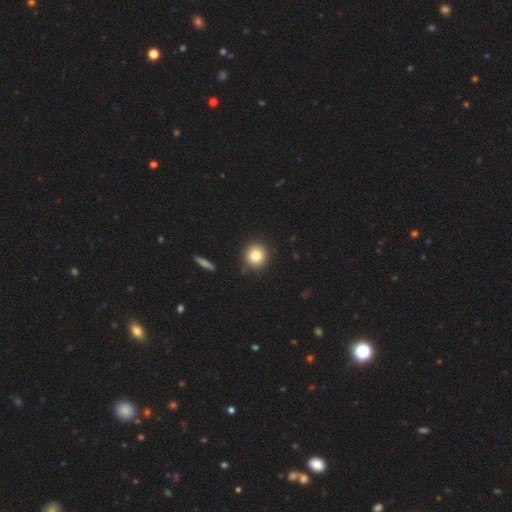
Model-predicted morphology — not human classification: Smooth or featured? Predicted: smooth (p=0.80). How rounded? Predicted: round (p=0.91). Merging? Predicted: none (p=0.90).